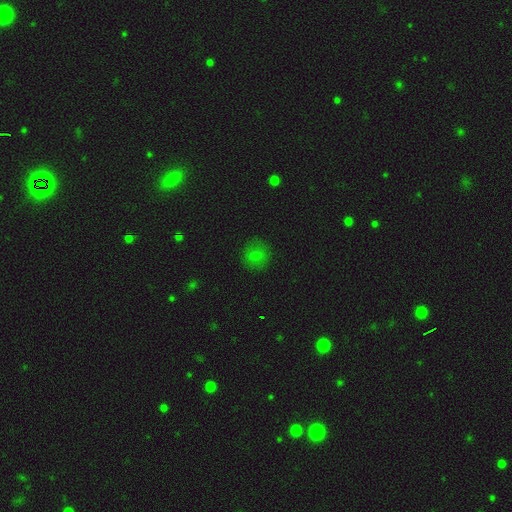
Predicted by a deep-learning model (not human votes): Smooth or featured? smooth (68%)
How rounded? round (88%)
Merging? none (85%)